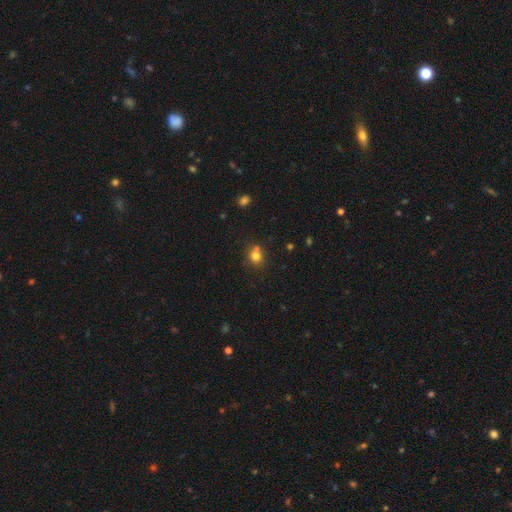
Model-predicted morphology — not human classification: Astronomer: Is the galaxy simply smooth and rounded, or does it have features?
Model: smooth — 77%.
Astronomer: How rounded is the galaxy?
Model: round — 79%.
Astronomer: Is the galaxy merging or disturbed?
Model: none — 59%.